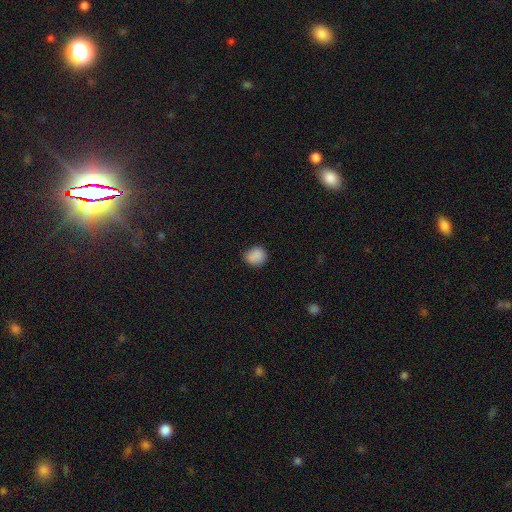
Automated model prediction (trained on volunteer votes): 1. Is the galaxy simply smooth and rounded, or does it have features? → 87% smooth, 9% star or artifact, 3% featured or disk.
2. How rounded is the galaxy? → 75% round, 24% in between, 1% cigar-shaped.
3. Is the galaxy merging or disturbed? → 80% none, 15% minor disturbance, 3% major disturbance, 1% merger.